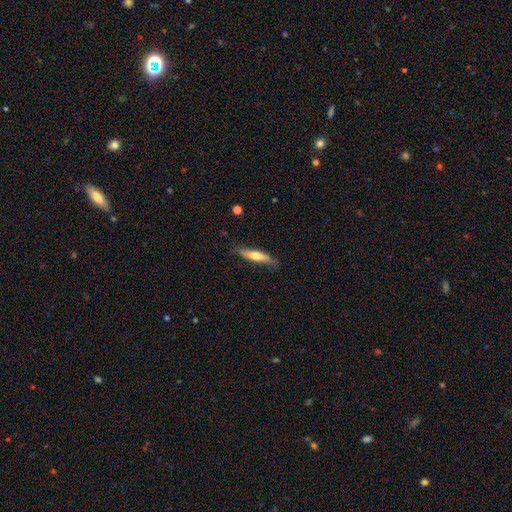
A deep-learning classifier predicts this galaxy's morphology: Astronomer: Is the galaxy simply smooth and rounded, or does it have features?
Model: smooth — 57% (runner-up: featured or disk, 37%).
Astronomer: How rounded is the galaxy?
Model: cigar-shaped — 82%.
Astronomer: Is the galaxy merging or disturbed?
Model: none — 76%.